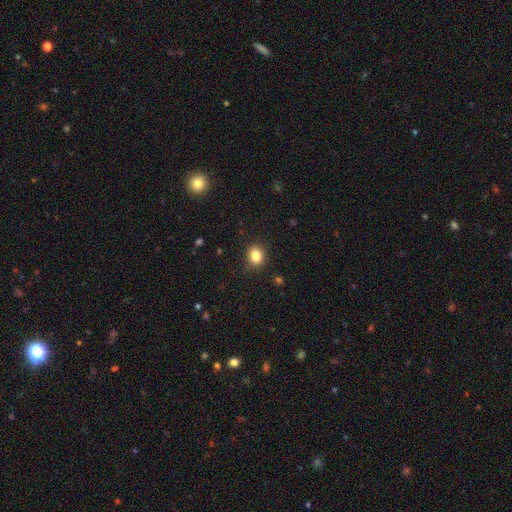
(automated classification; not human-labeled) Smooth or featured? Predicted: smooth (p=0.83). How rounded? Predicted: round (p=0.53). Merging? Predicted: none (p=0.87).